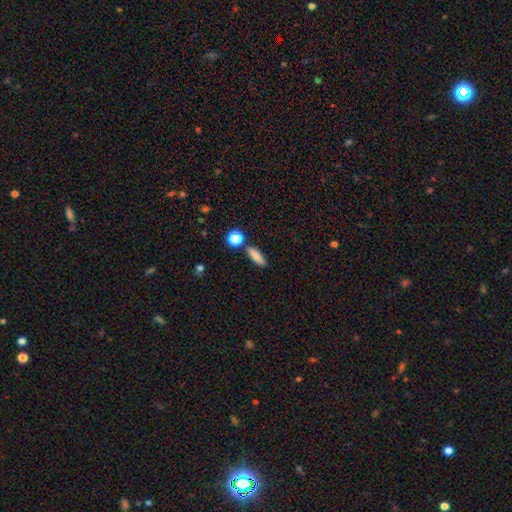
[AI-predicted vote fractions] Smooth or featured? smooth (84%)
How rounded? in between (50%)
Merging? none (81%)